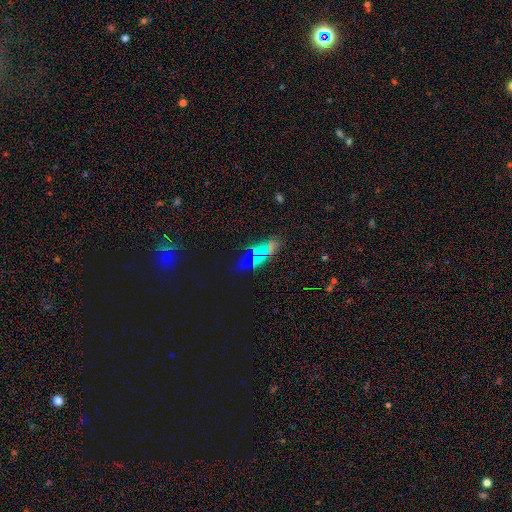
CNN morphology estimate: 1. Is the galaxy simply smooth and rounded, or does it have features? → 49% smooth, 37% star or artifact, 14% featured or disk.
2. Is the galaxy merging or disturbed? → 78% none, 13% minor disturbance, 5% major disturbance, 4% merger.